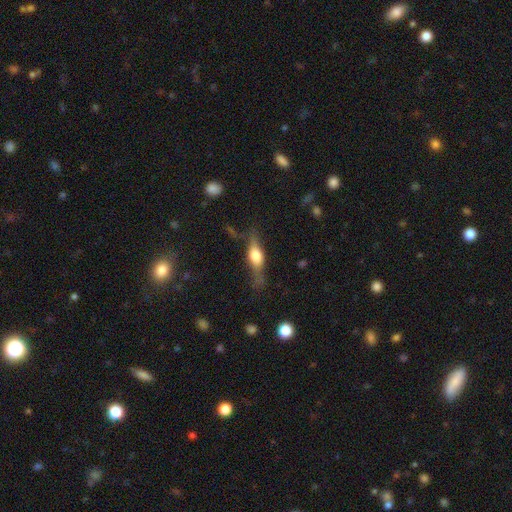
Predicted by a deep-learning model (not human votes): smooth_or_featured: featured or disk (p=0.54) [alt: smooth p=0.39]
disk_edge_on: yes (p=0.90) [alt: no p=0.10]
merging: none (p=0.69) [alt: minor disturbance p=0.20]